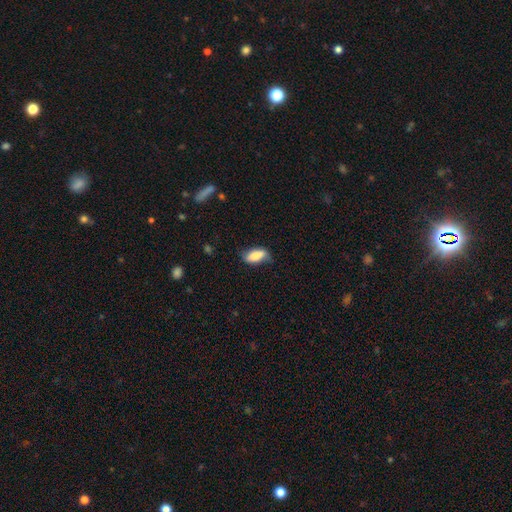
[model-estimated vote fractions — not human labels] A smooth galaxy with no disk features (78%) that is in between round and cigar-shaped (84%). Merging: none (62%).